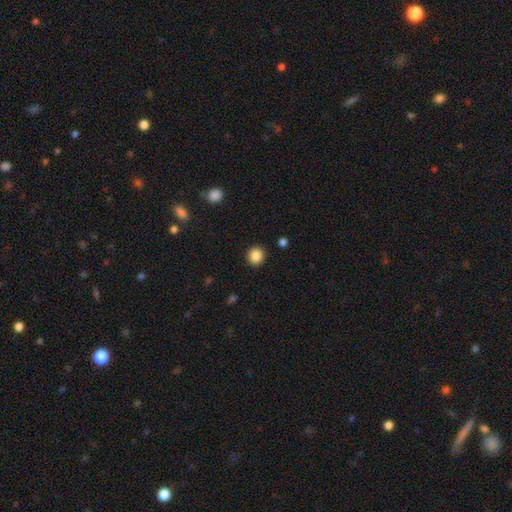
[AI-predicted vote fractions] This is clearly a smooth galaxy (86%). How rounded: clearly round (90%). Merging: clearly none (92%).